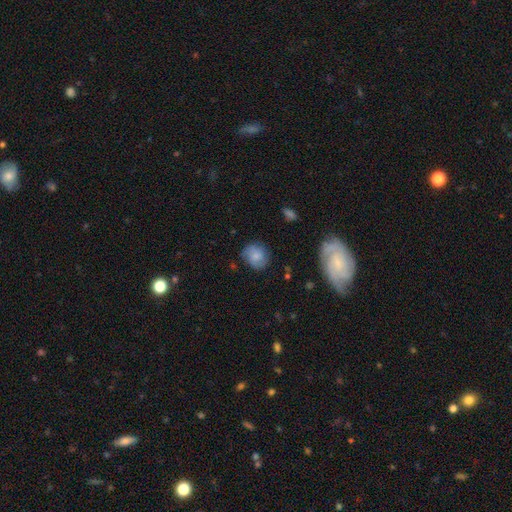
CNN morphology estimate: Smooth or featured: smooth — 68% (featured or disk — 23%)
How rounded: round — 70% (in between — 28%)
Merging: none — 71% (minor disturbance — 22%)